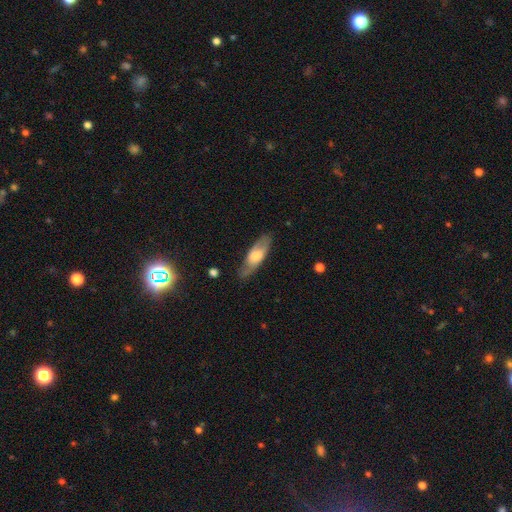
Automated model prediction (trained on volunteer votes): Smooth or featured?
  - smooth: 49% *
  - featured or disk: 45%
  - star or artifact: 6%
Merging?
  - none: 78% *
  - minor disturbance: 17%
  - major disturbance: 5%
  - merger: 1%